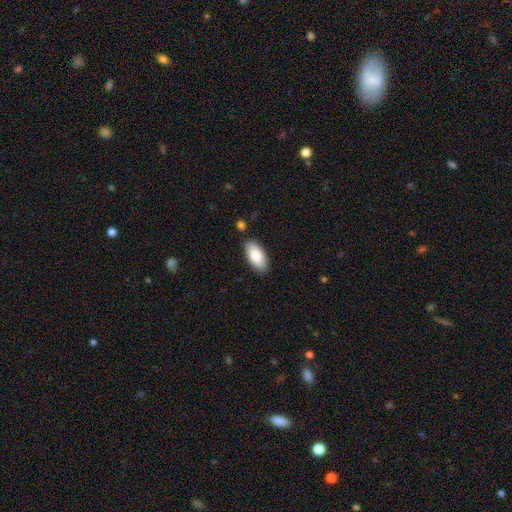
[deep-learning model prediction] Overall: smooth (84%). How rounded: in between (93%). Merging: none (87%).